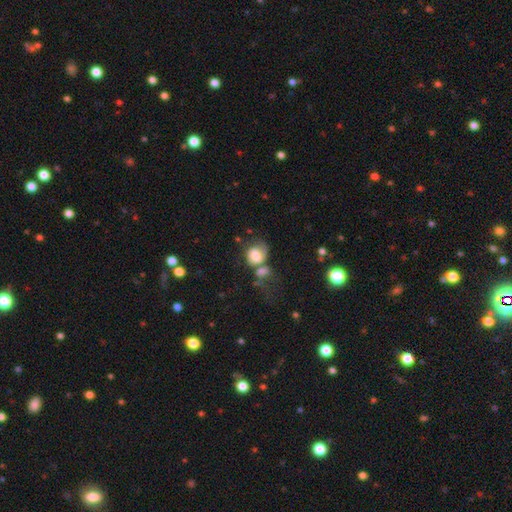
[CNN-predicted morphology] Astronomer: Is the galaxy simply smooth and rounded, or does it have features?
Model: smooth — 60%.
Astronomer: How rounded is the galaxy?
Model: round — 59% (runner-up: in between, 40%).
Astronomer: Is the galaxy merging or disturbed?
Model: merger — 37% (runner-up: none, 24%).